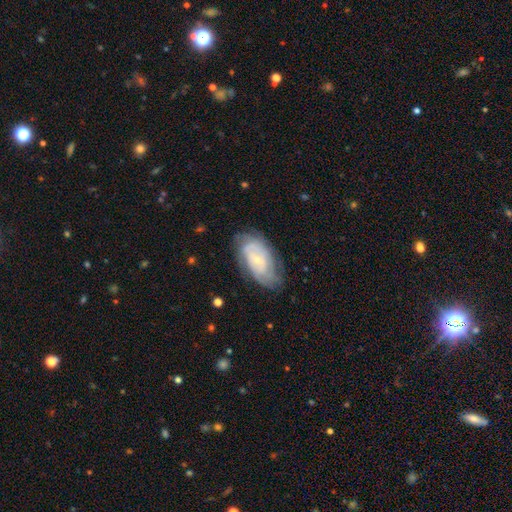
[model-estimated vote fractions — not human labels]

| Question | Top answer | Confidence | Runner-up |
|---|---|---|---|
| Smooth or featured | featured or disk | 61% | smooth (28%) |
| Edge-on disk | no | 93% | yes (7%) |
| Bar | no | 60% | weak (32%) |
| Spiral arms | yes | 85% | no (15%) |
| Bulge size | small | 64% | moderate (29%) |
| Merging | none | 75% | minor disturbance (18%) |